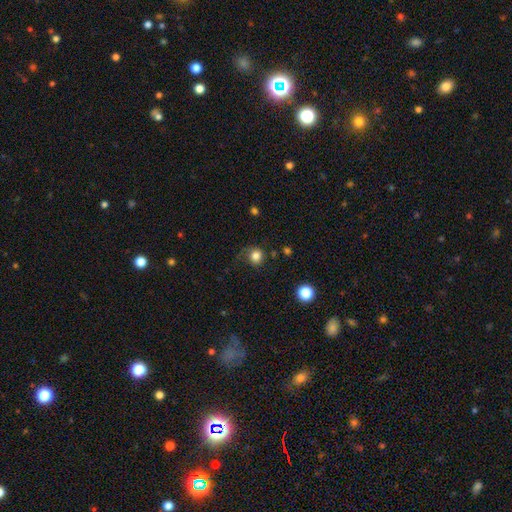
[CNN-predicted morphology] smooth_or_featured: smooth (p=0.82) [alt: star or artifact p=0.11]
how_rounded: round (p=0.88) [alt: in between p=0.12]
merging: none (p=0.65) [alt: minor disturbance p=0.20]